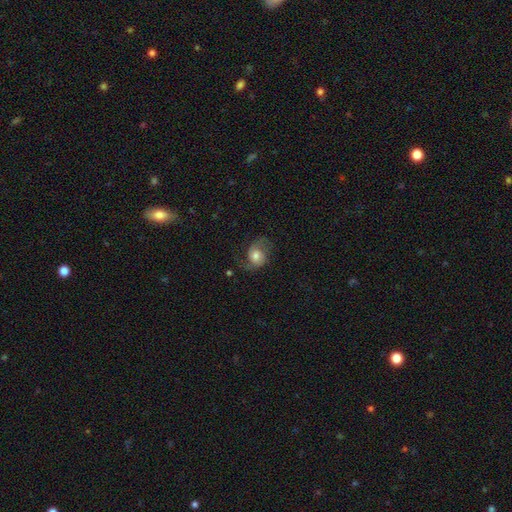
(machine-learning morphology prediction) This appears to be a featured or disk galaxy (65%) with no bar (69%), 2 (88%) loose (47%) spiral arms (92%) and a moderate central bulge (59%). Merging: none (62%).